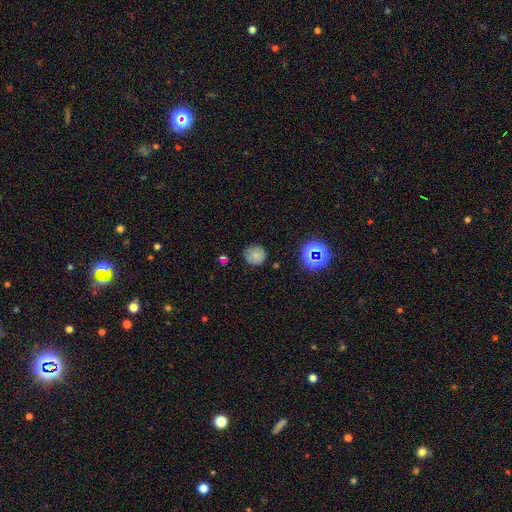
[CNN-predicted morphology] This is likely a smooth galaxy (74%). How rounded: clearly round (93%). Merging: likely none (80%).